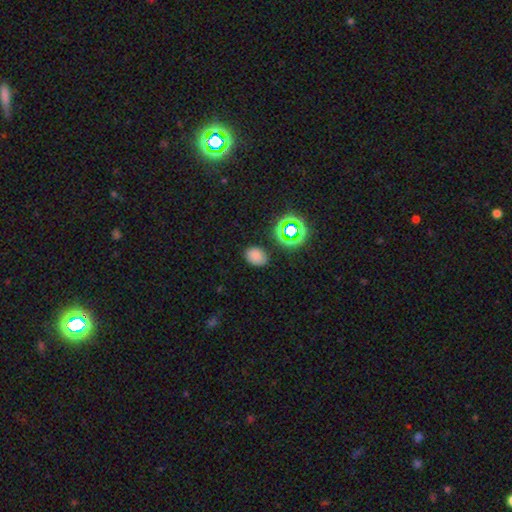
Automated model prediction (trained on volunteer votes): The model was most divided on "how rounded": in between: 68%, round: 31%, cigar-shaped: 1%. More confident: merging — none (82%); smooth or featured — smooth (74%).